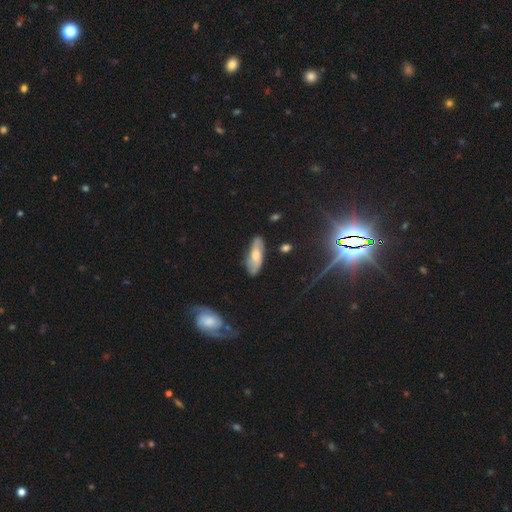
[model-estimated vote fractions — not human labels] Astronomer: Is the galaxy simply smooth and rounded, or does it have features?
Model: smooth — 49% (runner-up: featured or disk, 43%).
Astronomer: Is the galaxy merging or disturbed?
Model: none — 78%.